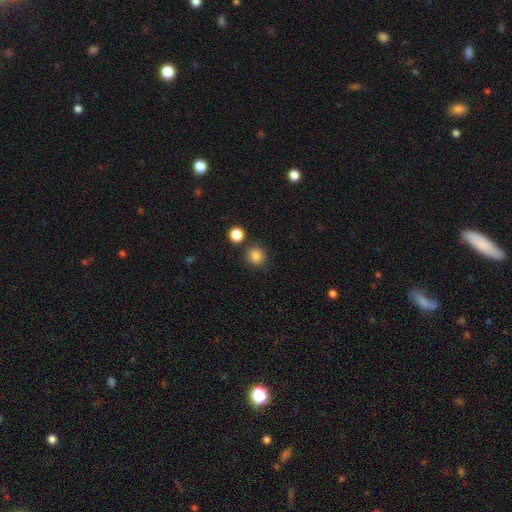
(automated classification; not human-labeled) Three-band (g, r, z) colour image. It shows a smooth galaxy with no disk features (85%) that is round (91%). Merging: none (84%).